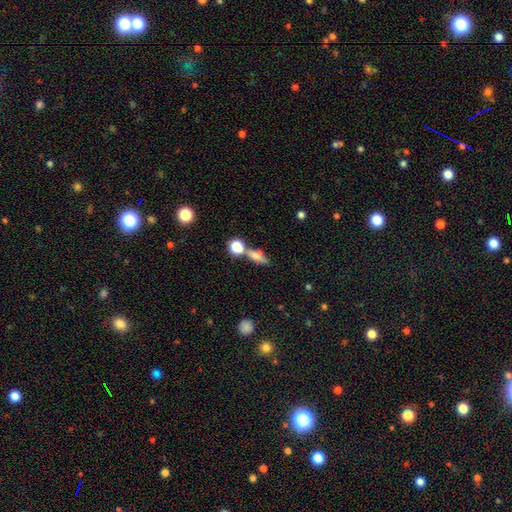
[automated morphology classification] This is likely a smooth galaxy (70%). How rounded: possibly in between (48%). Merging: marginally none (45%).